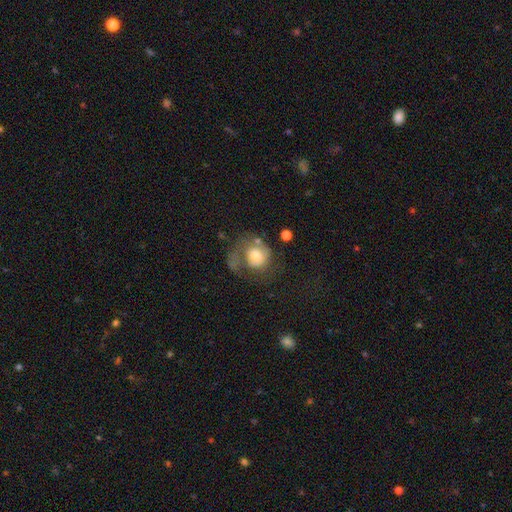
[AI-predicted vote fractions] The model was most divided on "smooth or featured": smooth: 46%, featured or disk: 45%, star or artifact: 9%. Remaining: merging — major disturbance (44%).